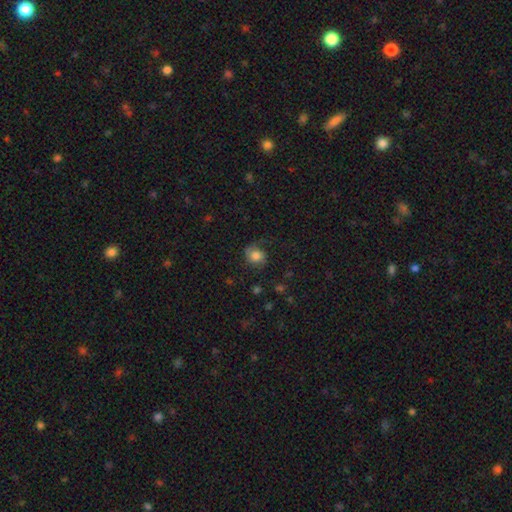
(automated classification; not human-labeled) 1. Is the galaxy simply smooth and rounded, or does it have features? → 61% smooth, 29% featured or disk, 10% star or artifact.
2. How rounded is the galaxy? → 70% round, 29% in between, 1% cigar-shaped.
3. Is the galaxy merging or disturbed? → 56% none, 21% minor disturbance, 21% major disturbance, 2% merger.